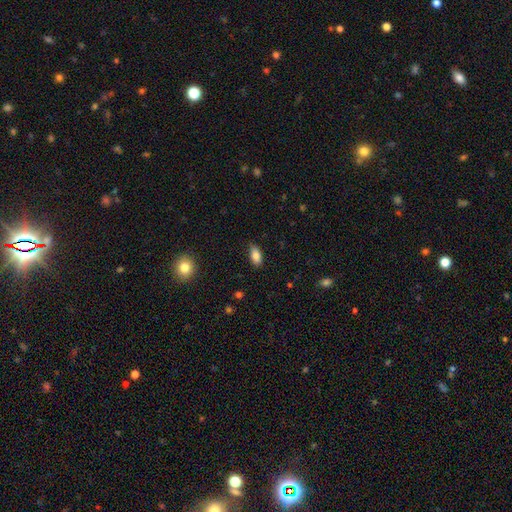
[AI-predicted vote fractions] Overall: smooth (84%). How rounded: in between (89%). Merging: none (82%).